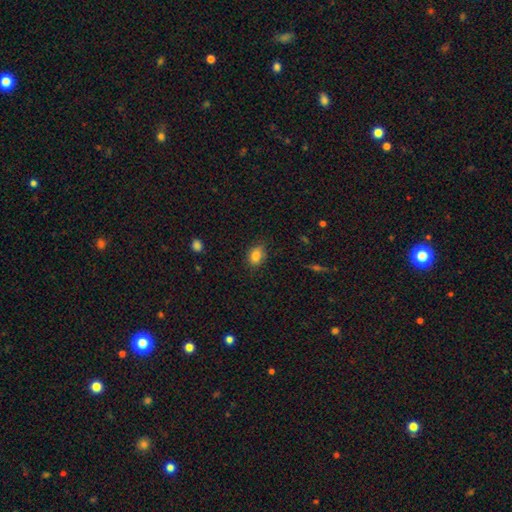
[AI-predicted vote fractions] smooth_or_featured: smooth (p=0.84) [alt: star or artifact p=0.10]
how_rounded: in between (p=0.71) [alt: round p=0.28]
merging: none (p=0.79) [alt: minor disturbance p=0.17]